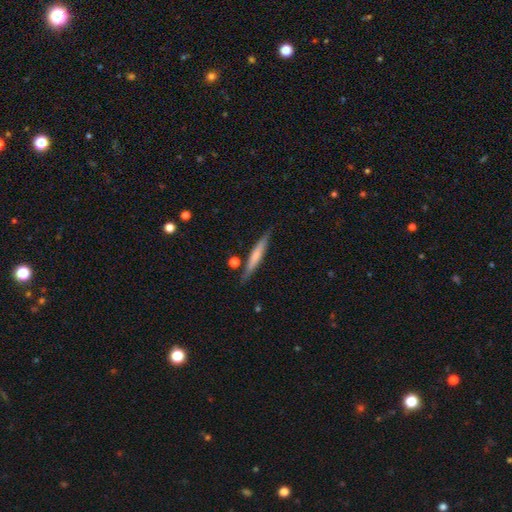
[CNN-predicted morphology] The model was most divided on "smooth or featured": smooth: 53%, featured or disk: 41%, star or artifact: 6%. More confident: how rounded — cigar-shaped (93%); merging — none (82%).